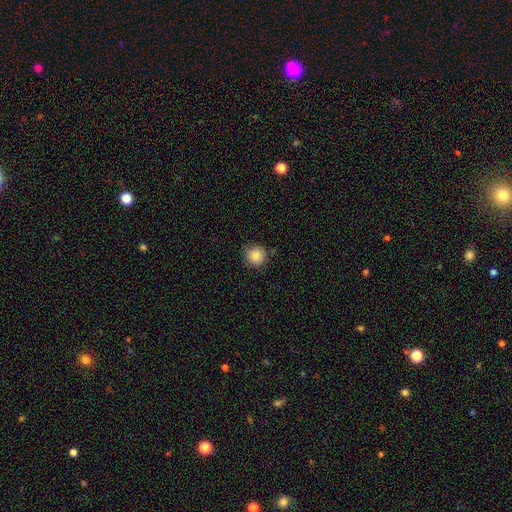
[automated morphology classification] The model was most divided on "merging": none: 78%, minor disturbance: 17%, major disturbance: 3%, merger: 2%. More confident: how rounded — round (93%); smooth or featured — smooth (83%).